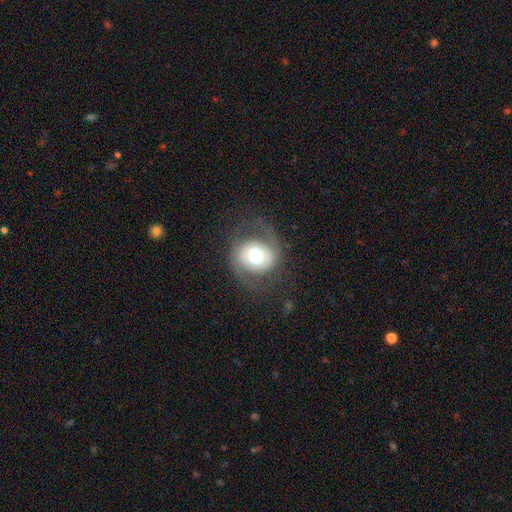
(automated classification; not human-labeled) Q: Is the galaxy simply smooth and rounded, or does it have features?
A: featured or disk — 52%.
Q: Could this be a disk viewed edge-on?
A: no — 97%.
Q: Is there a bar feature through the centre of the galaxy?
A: no — 72%.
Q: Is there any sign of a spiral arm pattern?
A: yes — 57%.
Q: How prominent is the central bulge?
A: moderate — 48%.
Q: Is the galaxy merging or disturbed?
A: none — 71%.